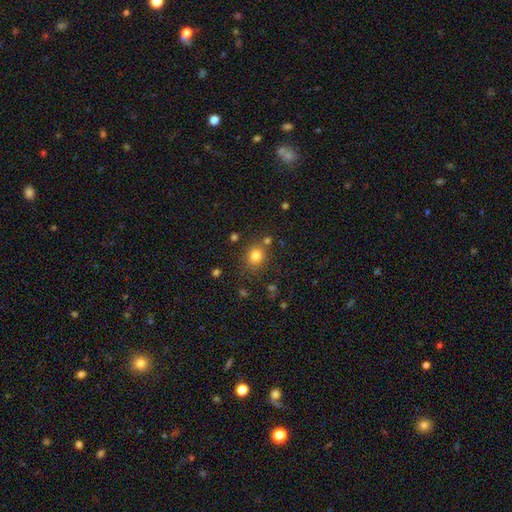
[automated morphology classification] Smooth or featured? Predicted: smooth (p=0.80). How rounded? Predicted: round (p=0.79). Merging? Predicted: none (p=0.76).